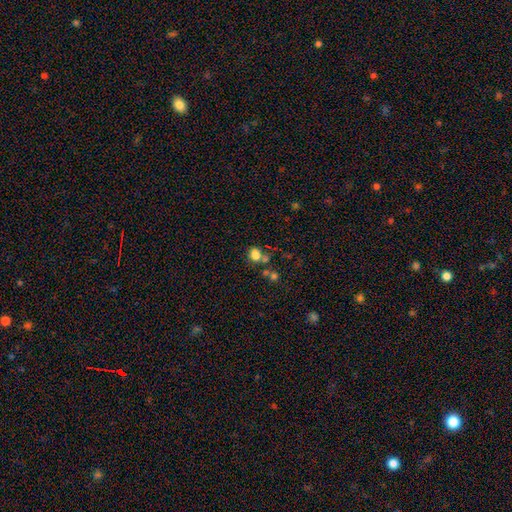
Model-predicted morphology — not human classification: Overall: smooth (76%). How rounded: in between (51%; round 48%). Merging: none (50%; merger 28%).